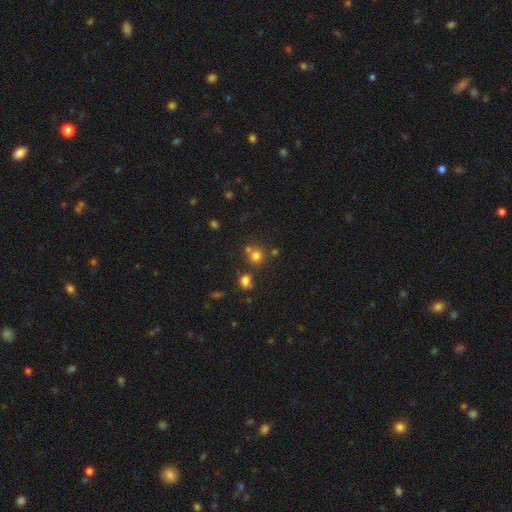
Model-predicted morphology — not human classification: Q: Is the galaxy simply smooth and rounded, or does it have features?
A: smooth — 73%.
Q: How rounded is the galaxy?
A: round — 88%.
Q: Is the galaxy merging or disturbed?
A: none — 65%.